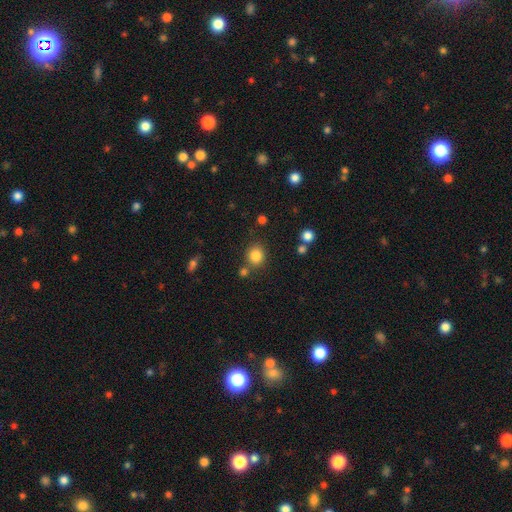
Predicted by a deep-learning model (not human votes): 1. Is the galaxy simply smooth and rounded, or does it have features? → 83% smooth, 11% star or artifact, 6% featured or disk.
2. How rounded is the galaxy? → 79% round, 20% in between, 1% cigar-shaped.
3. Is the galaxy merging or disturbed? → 77% none, 10% merger, 10% minor disturbance, 3% major disturbance.